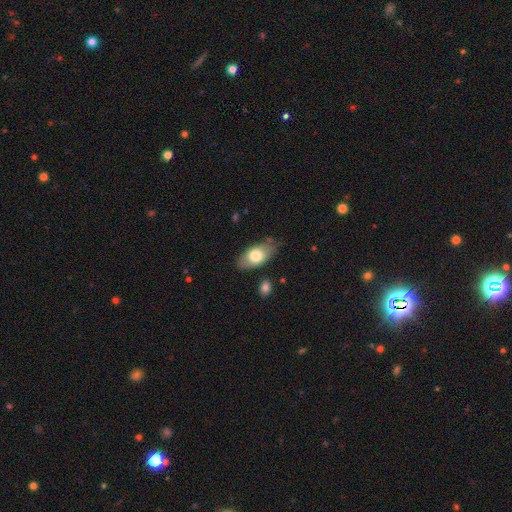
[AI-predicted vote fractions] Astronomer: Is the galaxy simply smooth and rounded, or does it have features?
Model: smooth — 72%.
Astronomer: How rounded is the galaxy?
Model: in between — 90%.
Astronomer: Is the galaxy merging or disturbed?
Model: none — 74%.